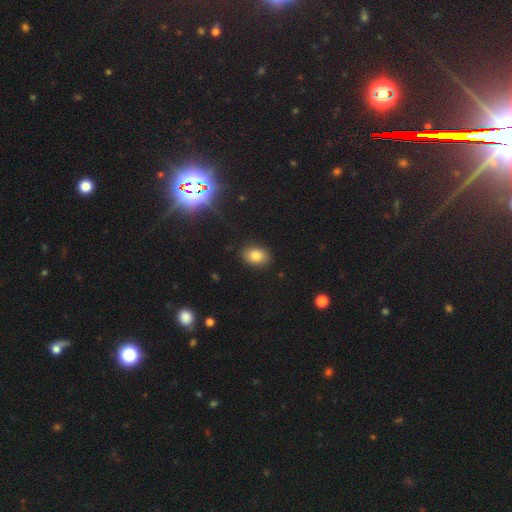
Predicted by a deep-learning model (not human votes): A smooth galaxy with no disk features (80%) that is in between round and cigar-shaped (74%).

Vote fractions:
- Smooth or featured? smooth: 80% / star or artifact: 12% / featured or disk: 8%
- How rounded? in between: 74% / round: 24% / cigar-shaped: 1%
- Merging? none: 88% / minor disturbance: 9% / major disturbance: 2% / merger: 1%